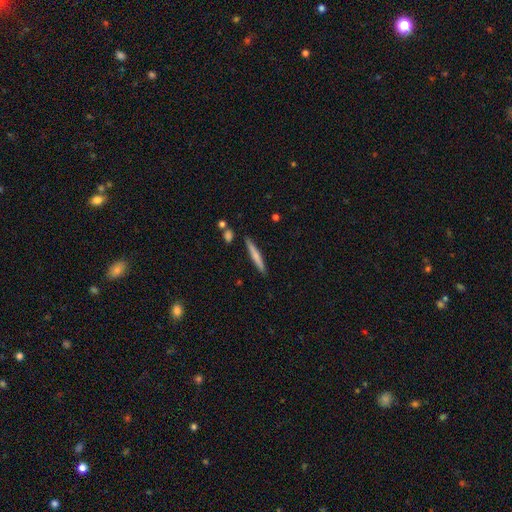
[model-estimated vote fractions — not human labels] smooth 64%, featured or disk 30%, star or artifact 5%. Down the decision tree: how rounded — cigar-shaped (95%); merging — none (87%).